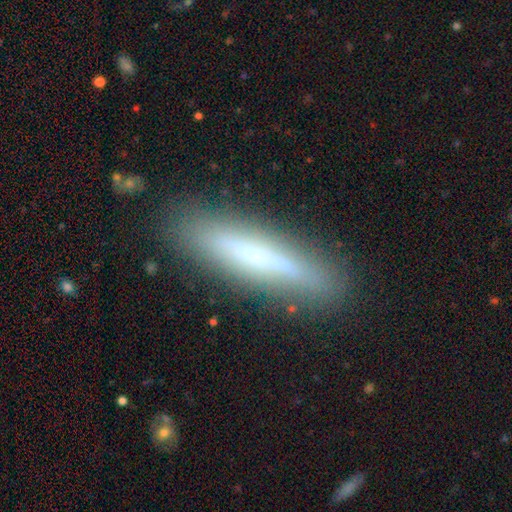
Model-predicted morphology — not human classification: Q: Smooth or featured?
A: smooth (53%); runner-up: featured or disk (38%)
Q: How rounded?
A: cigar-shaped (86%); runner-up: in between (13%)
Q: Merging?
A: none (83%); runner-up: minor disturbance (12%)